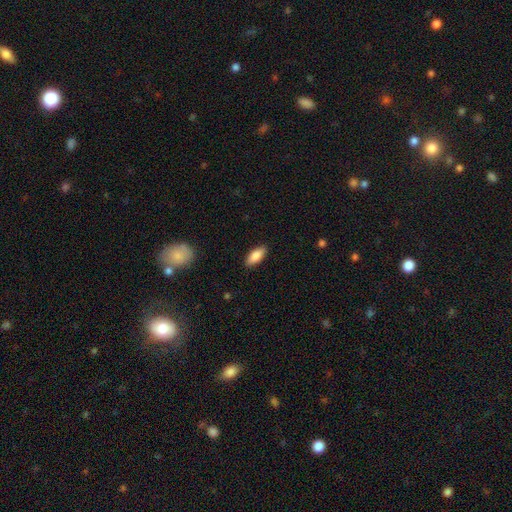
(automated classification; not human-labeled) A smooth galaxy with no disk features (84%) that is in between round and cigar-shaped (82%). Merging: none (88%).